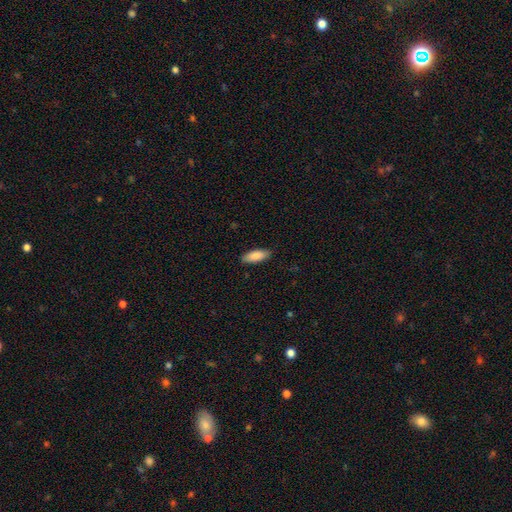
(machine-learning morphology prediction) Q: Smooth or featured?
A: smooth (87%); runner-up: featured or disk (7%)
Q: How rounded?
A: in between (74%); runner-up: cigar-shaped (24%)
Q: Merging?
A: none (88%); runner-up: minor disturbance (9%)